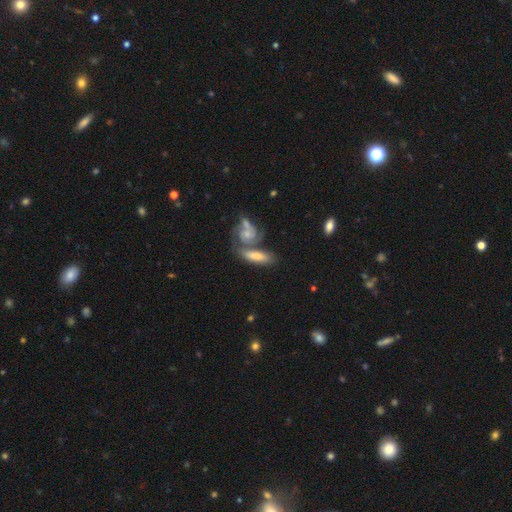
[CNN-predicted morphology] Smooth or featured: smooth — 48% (featured or disk — 44%)
Merging: none — 41% (merger — 40%)